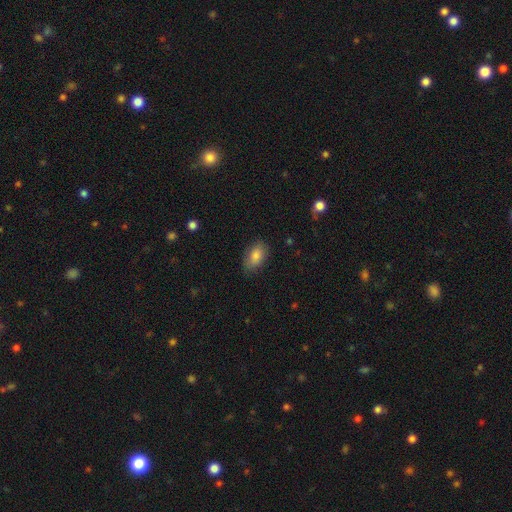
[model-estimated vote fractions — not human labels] Overall: smooth (84%). How rounded: in between (91%). Merging: none (78%).